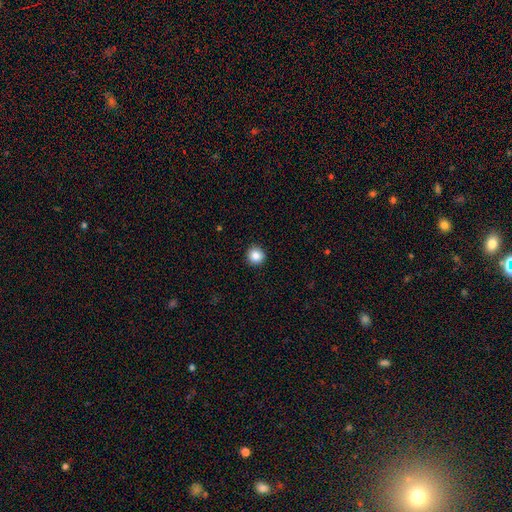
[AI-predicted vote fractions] Smooth or featured? smooth (87%)
How rounded? round (94%)
Merging? none (92%)